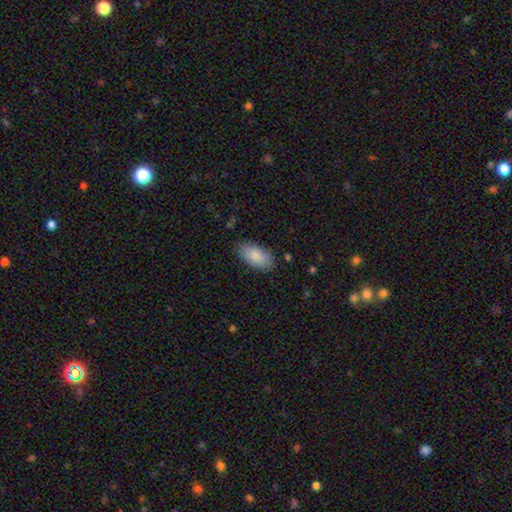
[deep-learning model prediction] Smooth or featured? Predicted: smooth (p=0.87). How rounded? Predicted: in between (p=0.94). Merging? Predicted: none (p=0.84).